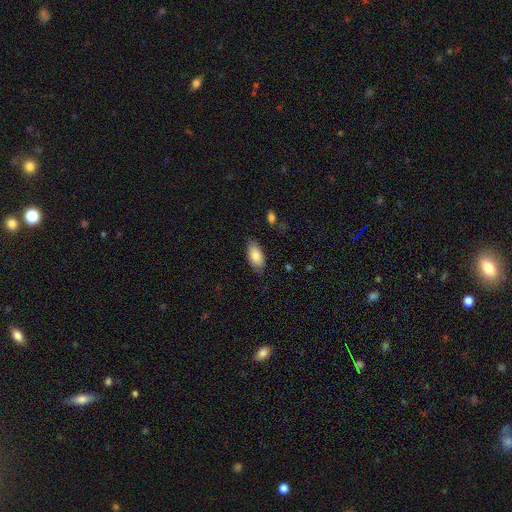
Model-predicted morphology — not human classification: This is clearly a smooth galaxy (83%). How rounded: clearly in between (92%). Merging: clearly none (81%).